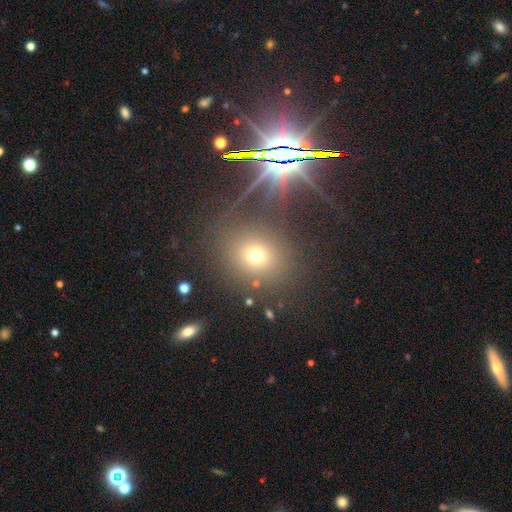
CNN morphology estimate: smooth_or_featured: smooth (p=0.64) [alt: star or artifact p=0.27]
how_rounded: round (p=0.80) [alt: in between p=0.19]
merging: none (p=0.82) [alt: minor disturbance p=0.09]